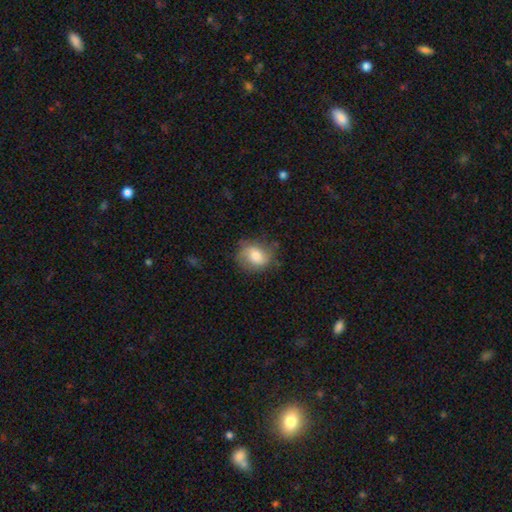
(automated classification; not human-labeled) Morphology: type=smooth (66%); roundness=round (58%); merging=none (69%).